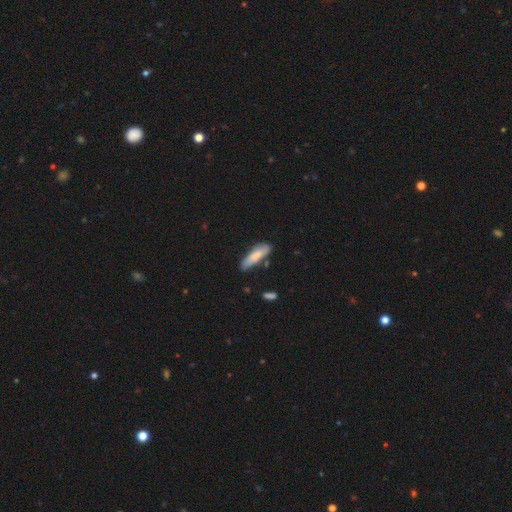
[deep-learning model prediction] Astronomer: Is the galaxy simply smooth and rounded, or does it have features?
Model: smooth — 78%.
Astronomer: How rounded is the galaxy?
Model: cigar-shaped — 53% (runner-up: in between, 45%).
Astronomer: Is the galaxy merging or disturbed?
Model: none — 69%.